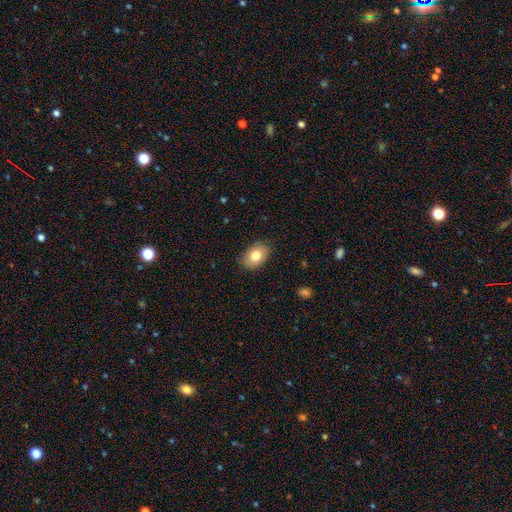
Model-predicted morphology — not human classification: The model was most divided on "smooth or featured": smooth: 80%, featured or disk: 12%, star or artifact: 8%. More confident: merging — none (86%); how rounded — in between (85%).